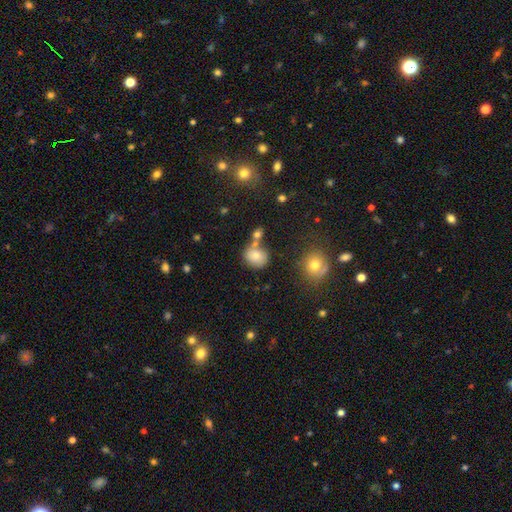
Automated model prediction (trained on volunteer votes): Overall: smooth (77%). How rounded: round (68%; in between 31%). Merging: none (55%; merger 26%).